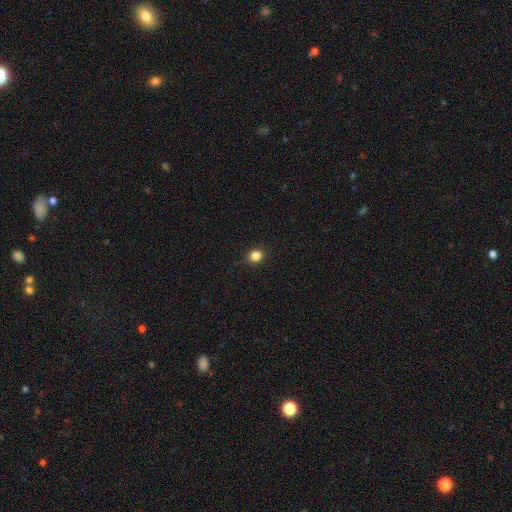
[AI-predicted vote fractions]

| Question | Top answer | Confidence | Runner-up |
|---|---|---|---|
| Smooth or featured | smooth | 83% | star or artifact (13%) |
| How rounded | round | 86% | in between (13%) |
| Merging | none | 89% | minor disturbance (8%) |